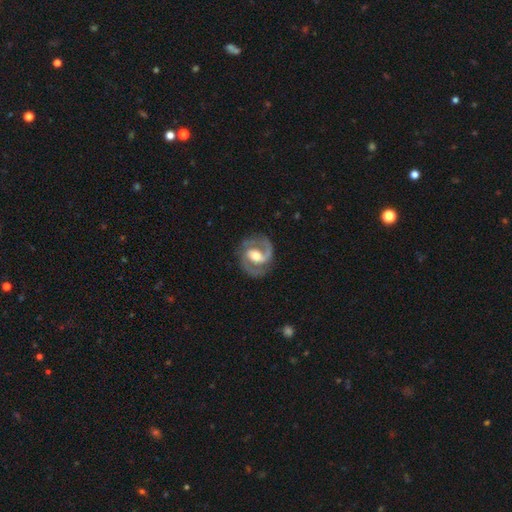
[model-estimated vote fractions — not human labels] smooth-or-featured: featured or disk: 90% | smooth: 6% | star or artifact: 4%
  disk-edge-on: no: 98% | yes: 2%
    bar: weak: 44% | strong: 33% | no: 23%
    has-spiral-arms: yes: 97% | no: 3%
      spiral-winding: medium: 58% | tight: 30% | loose: 12%
      spiral-arm-count: 2: 92% | can't tell: 2% | 1: 2% | 3: 2% | 4: 1% | more than 4: 1%
    bulge-size: moderate: 68% | small: 17% | large: 12% | none: 1% | dominant: 1%
  merging: none: 81% | minor disturbance: 12% | major disturbance: 5% | merger: 1%